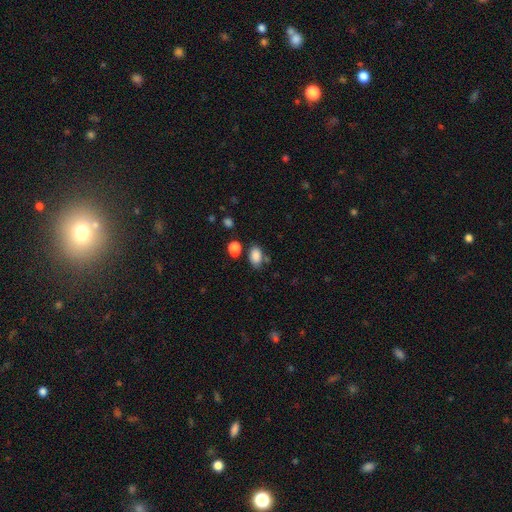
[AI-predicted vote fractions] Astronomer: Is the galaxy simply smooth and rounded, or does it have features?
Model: smooth — 86%.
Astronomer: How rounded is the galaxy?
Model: in between — 86%.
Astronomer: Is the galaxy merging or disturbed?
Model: none — 67%.